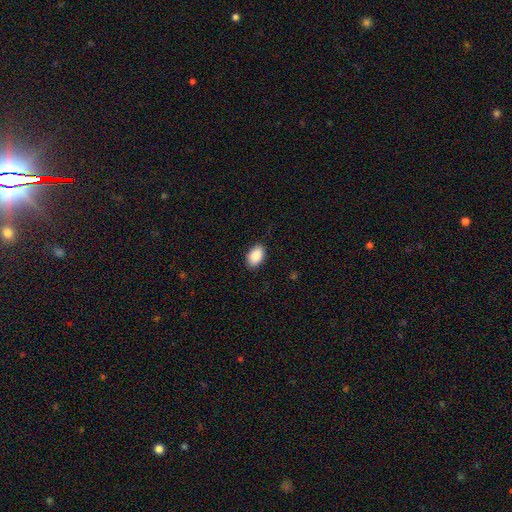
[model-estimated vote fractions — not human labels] This is clearly a smooth galaxy (90%). How rounded: clearly in between (91%). Merging: clearly none (87%).